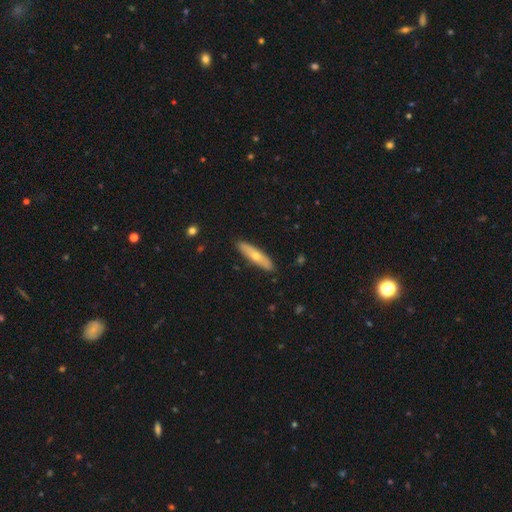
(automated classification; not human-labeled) smooth-or-featured: smooth: 57% | featured or disk: 38% | star or artifact: 6%
  how-rounded: cigar-shaped: 78% | in between: 20% | round: 2%
  merging: none: 89% | minor disturbance: 9% | major disturbance: 2% | merger: 1%